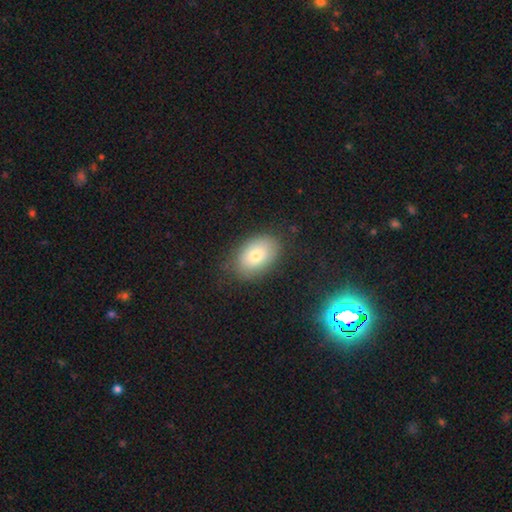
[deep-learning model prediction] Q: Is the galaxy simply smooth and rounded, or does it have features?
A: smooth — 73%.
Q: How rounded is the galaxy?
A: in between — 87%.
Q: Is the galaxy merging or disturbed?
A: none — 82%.